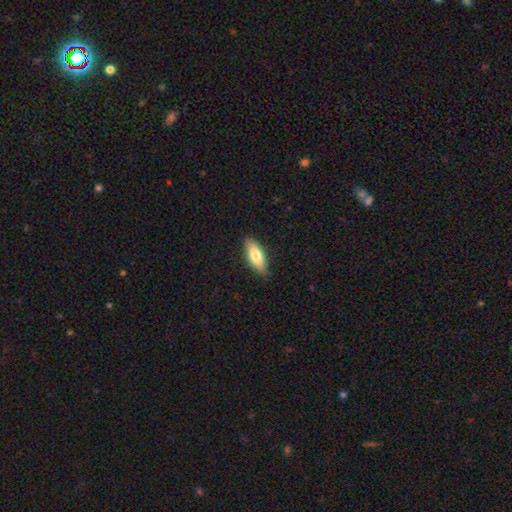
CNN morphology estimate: This is likely a smooth galaxy (73%). How rounded: likely in between (66%). Merging: clearly none (86%).